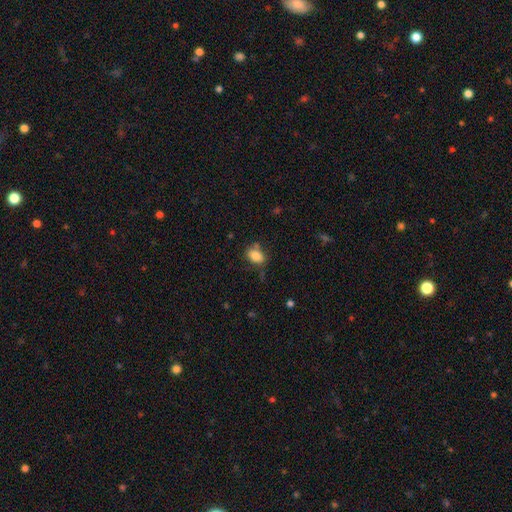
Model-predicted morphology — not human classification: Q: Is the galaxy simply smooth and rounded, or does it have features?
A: smooth — 82%.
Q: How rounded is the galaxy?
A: in between — 78%.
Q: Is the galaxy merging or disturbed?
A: none — 61%.